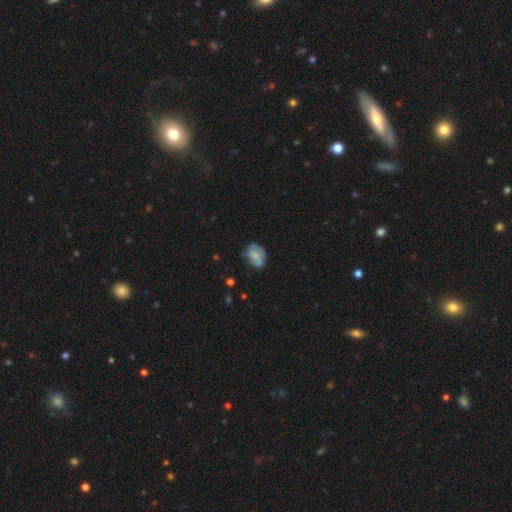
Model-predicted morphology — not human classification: smooth-or-featured: smooth: 61% | featured or disk: 30% | star or artifact: 9%
  how-rounded: in between: 70% | round: 29% | cigar-shaped: 1%
  merging: none: 46% | minor disturbance: 29% | merger: 13% | major disturbance: 12%